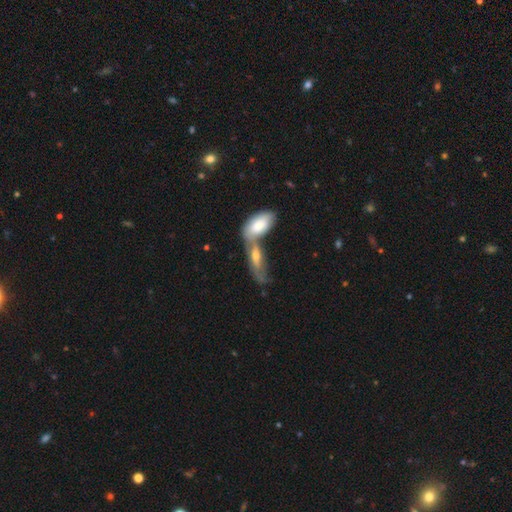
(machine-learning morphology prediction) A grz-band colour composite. It shows a smooth galaxy with no disk features (54%) that is in between round and cigar-shaped (66%). Merging: merger (60%).